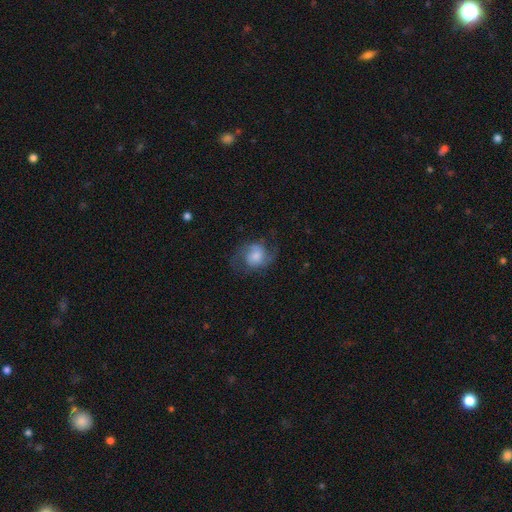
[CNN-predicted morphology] smooth-or-featured: featured or disk: 64% | smooth: 28% | star or artifact: 8%
  disk-edge-on: no: 97% | yes: 3%
    bar: no: 66% | weak: 29% | strong: 5%
    has-spiral-arms: yes: 92% | no: 8%
      spiral-winding: medium: 48% | loose: 37% | tight: 15%
      spiral-arm-count: 2: 86% | can't tell: 5% | 1: 4% | 3: 2% | 4: 1% | more than 4: 1%
    bulge-size: moderate: 34% | large: 27% | small: 23% | none: 11% | dominant: 6%
  merging: none: 63% | minor disturbance: 19% | major disturbance: 16% | merger: 1%